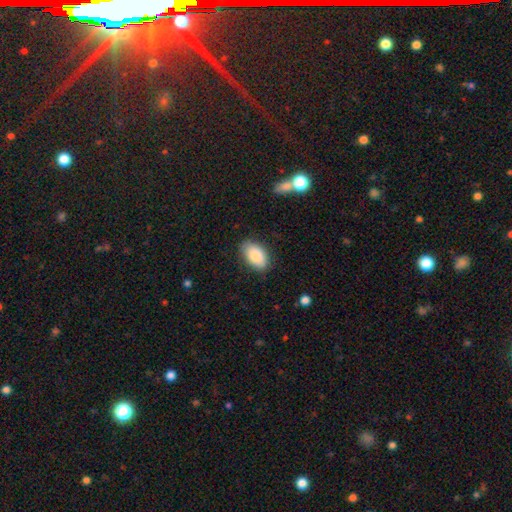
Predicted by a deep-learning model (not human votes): Q: Smooth or featured?
A: smooth (86%); runner-up: featured or disk (8%)
Q: How rounded?
A: in between (93%); runner-up: round (6%)
Q: Merging?
A: none (84%); runner-up: minor disturbance (12%)